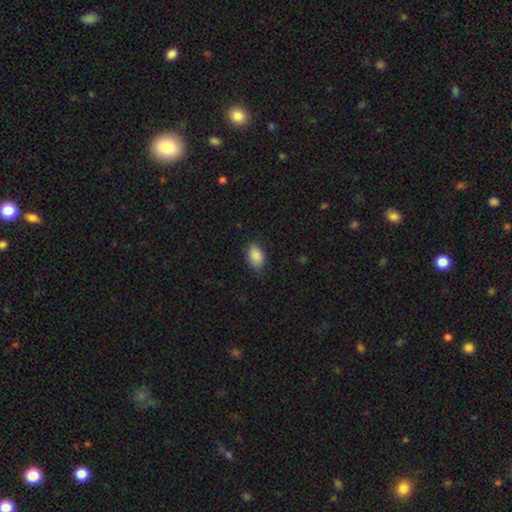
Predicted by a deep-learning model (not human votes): This appears to be a smooth galaxy with no disk features (89%) that is in between round and cigar-shaped (87%). Merging: none (79%).